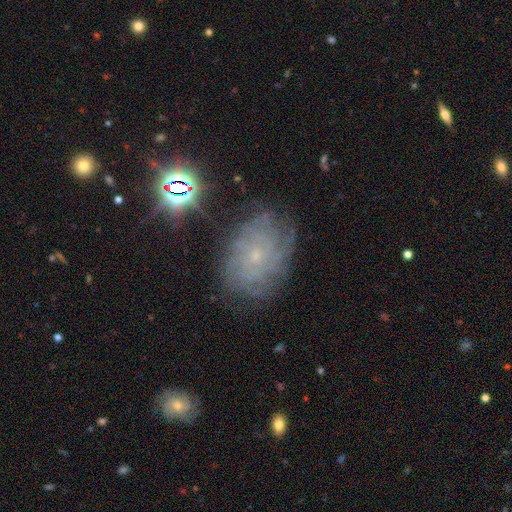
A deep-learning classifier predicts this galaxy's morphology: Smooth or featured? Predicted: featured or disk (p=0.65). Edge-on disk? Predicted: no (p=0.96). Bar? Predicted: no (p=0.82). Spiral arms? Predicted: yes (p=0.88). Spiral winding? Predicted: tight (p=0.71). Spiral arm count? Predicted: can't tell (p=0.51). Bulge size? Predicted: small (p=0.84). Merging? Predicted: none (p=0.75).